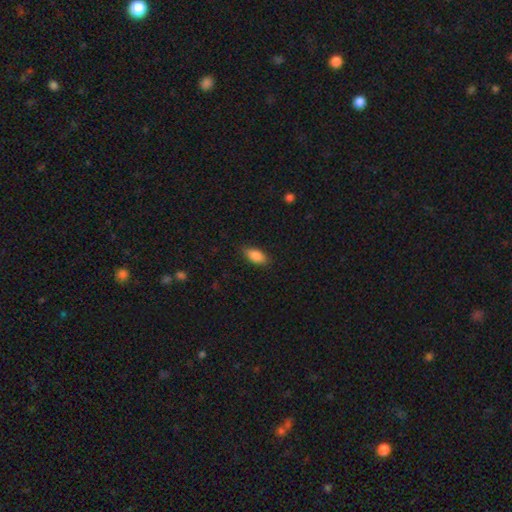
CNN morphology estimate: Smooth or featured? Predicted: smooth (p=0.88). How rounded? Predicted: in between (p=0.89). Merging? Predicted: none (p=0.83).